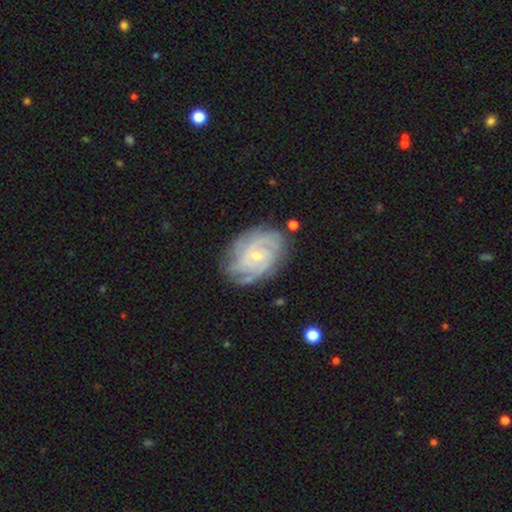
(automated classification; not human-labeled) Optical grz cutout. It shows a featured or disk galaxy (84%) with no bar (68%), tight (71%) spiral arms (96%) and a small central bulge (75%). Merging: none (77%).